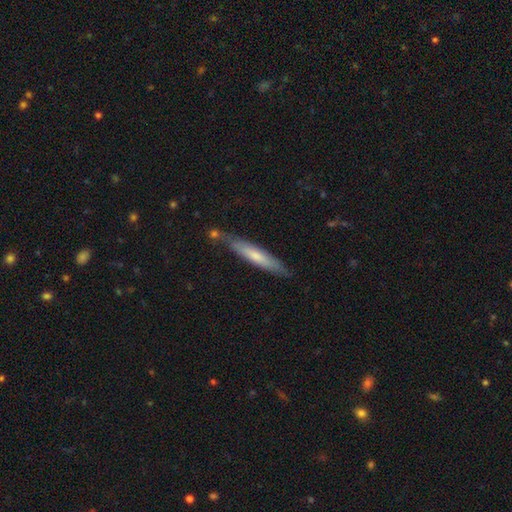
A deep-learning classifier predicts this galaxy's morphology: Smooth or featured?
  - smooth: 56% *
  - featured or disk: 38%
  - star or artifact: 6%
How rounded?
  - cigar-shaped: 91% *
  - in between: 8%
  - round: 1%
Merging?
  - none: 74% *
  - minor disturbance: 17%
  - merger: 5%
  - major disturbance: 4%